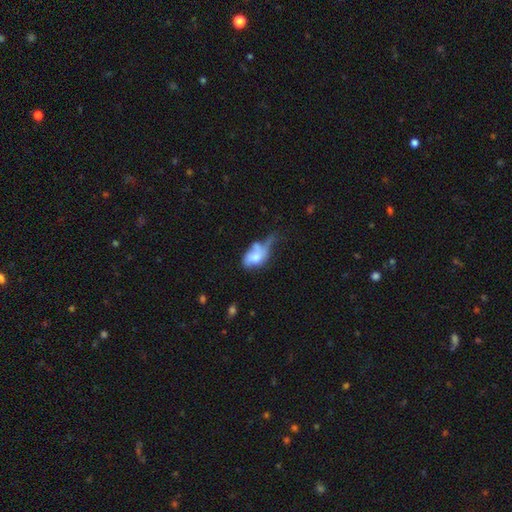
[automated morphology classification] The model was most divided on "merging": major disturbance: 30%, merger: 27%, minor disturbance: 24%, none: 20%. More confident: how rounded — in between (86%); smooth or featured — smooth (62%).